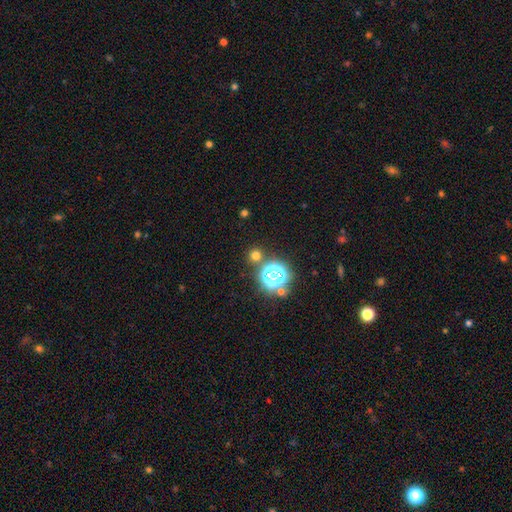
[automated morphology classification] smooth_or_featured: smooth (p=0.63) [alt: star or artifact p=0.31]
how_rounded: round (p=0.91) [alt: in between p=0.08]
merging: none (p=0.81) [alt: merger p=0.09]